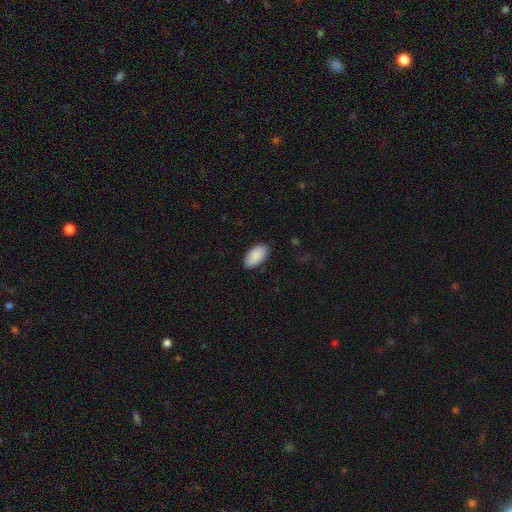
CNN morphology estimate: Smooth or featured? Predicted: smooth (p=0.91). How rounded? Predicted: in between (p=0.95). Merging? Predicted: none (p=0.87).